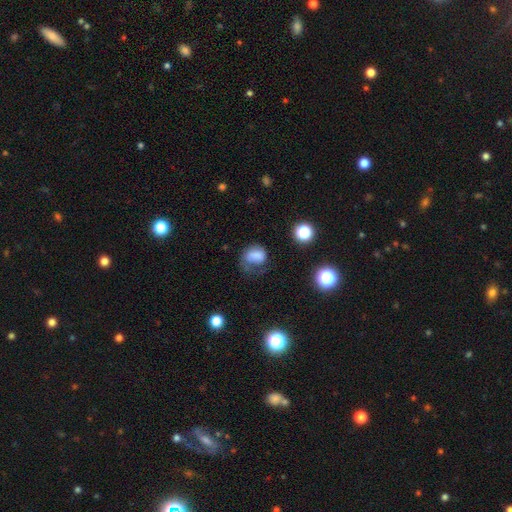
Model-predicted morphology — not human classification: The model was most divided on "merging": major disturbance: 37%, none: 34%, minor disturbance: 26%, merger: 3%. More confident: smooth or featured — smooth (65%); how rounded — in between (52%).